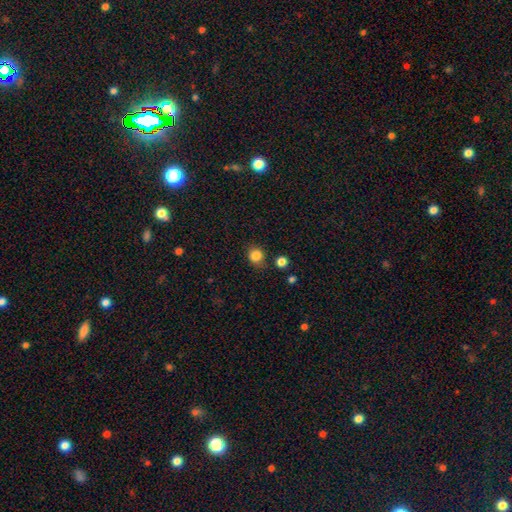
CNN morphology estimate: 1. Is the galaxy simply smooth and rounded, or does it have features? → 85% smooth, 11% star or artifact, 4% featured or disk.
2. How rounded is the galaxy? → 82% round, 17% in between, 1% cigar-shaped.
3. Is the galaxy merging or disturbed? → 79% none, 13% minor disturbance, 4% merger, 3% major disturbance.